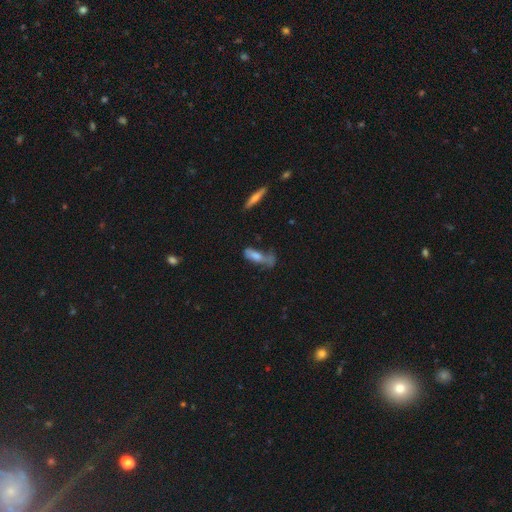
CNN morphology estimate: This appears to be a smooth galaxy with no disk features (55%) that is cigar-shaped (50%). Merging: none (36%).